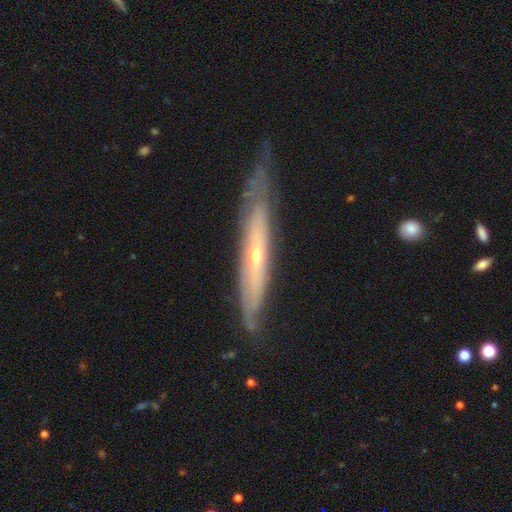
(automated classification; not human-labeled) smooth-or-featured: featured or disk: 77% | smooth: 17% | star or artifact: 6%
  disk-edge-on: yes: 62% | no: 38%
  merging: none: 65% | minor disturbance: 25% | major disturbance: 8% | merger: 2%